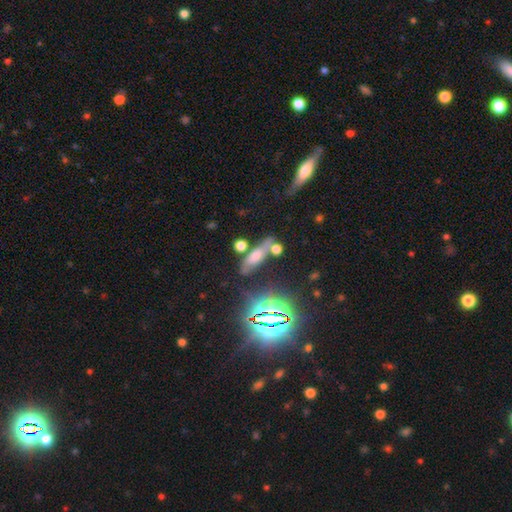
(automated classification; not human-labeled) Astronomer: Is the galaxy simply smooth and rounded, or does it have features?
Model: smooth — 37% (runner-up: star or artifact, 36%).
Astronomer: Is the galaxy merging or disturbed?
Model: none — 60%.